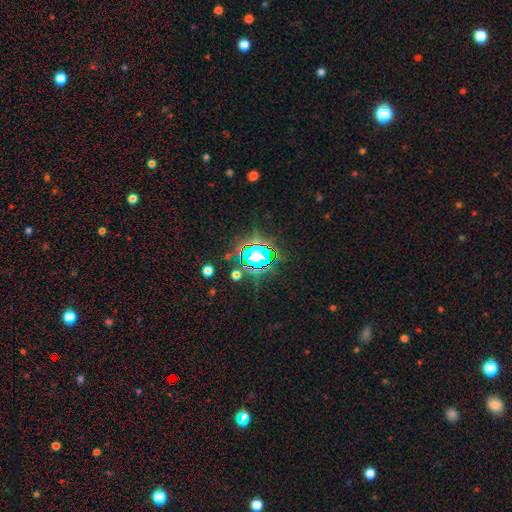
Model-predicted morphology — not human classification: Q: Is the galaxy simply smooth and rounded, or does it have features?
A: star or artifact — 69%.